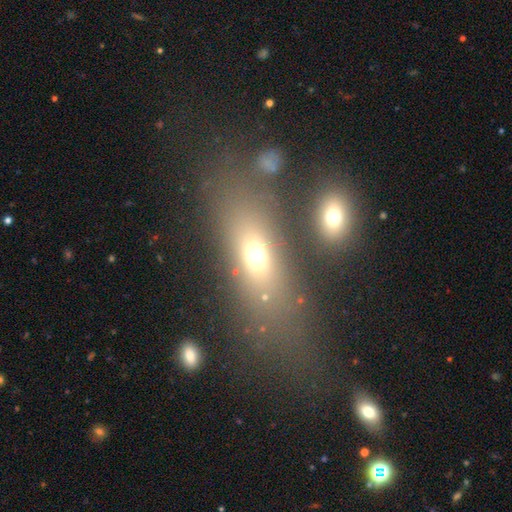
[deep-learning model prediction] smooth_or_featured: smooth (p=0.62) [alt: featured or disk p=0.20]
how_rounded: in between (p=0.65) [alt: cigar-shaped p=0.20]
merging: none (p=0.60) [alt: merger p=0.14]